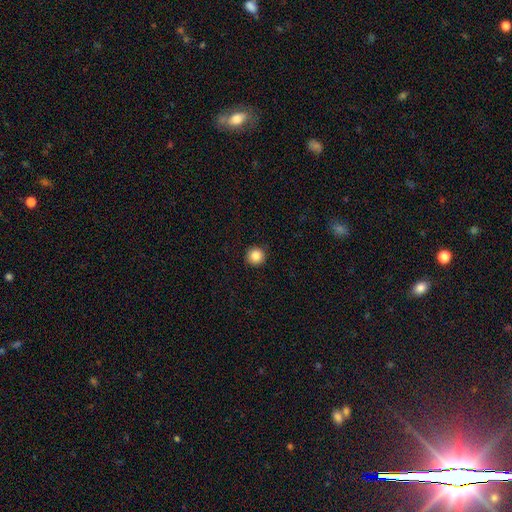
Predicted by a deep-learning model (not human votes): Smooth or featured? Predicted: smooth (p=0.86). How rounded? Predicted: round (p=0.96). Merging? Predicted: none (p=0.93).